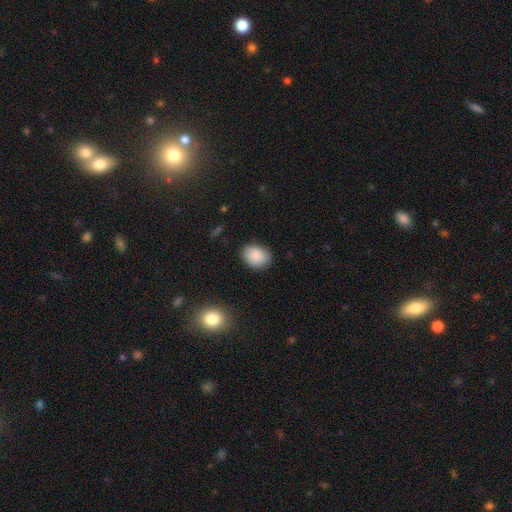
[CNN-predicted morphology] This appears to be a smooth galaxy with no disk features (87%) that is in between round and cigar-shaped (73%). Merging: none (83%).